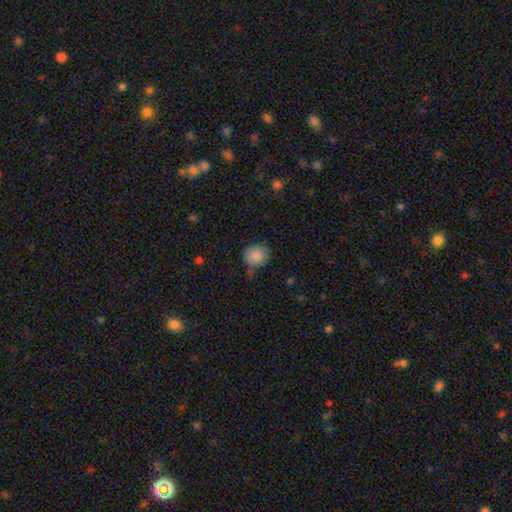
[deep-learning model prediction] The model was most divided on "merging": none: 63%, minor disturbance: 25%, major disturbance: 7%, merger: 5%. More confident: smooth or featured — smooth (87%); how rounded — round (83%).